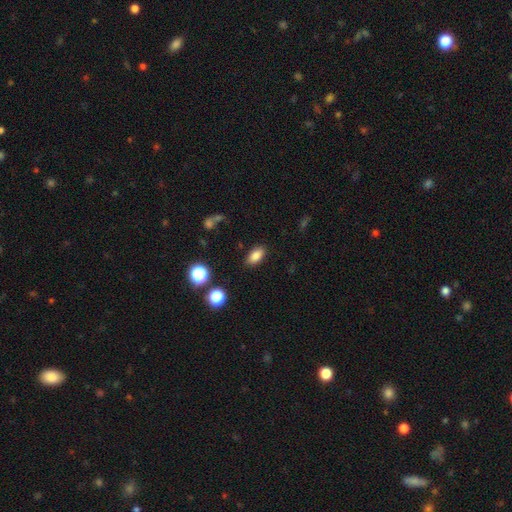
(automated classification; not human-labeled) Smooth or featured? Predicted: smooth (p=0.84). How rounded? Predicted: in between (p=0.89). Merging? Predicted: none (p=0.86).